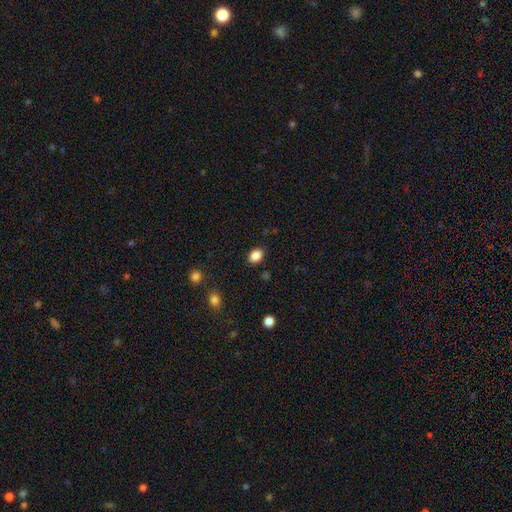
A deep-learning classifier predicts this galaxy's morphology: Overall: smooth (86%). How rounded: in between (68%; round 31%). Merging: none (86%).